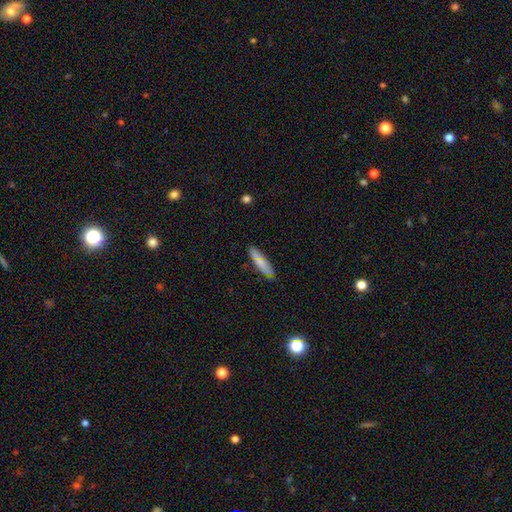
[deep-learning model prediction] Smooth or featured? smooth (63%)
How rounded? cigar-shaped (75%)
Merging? none (81%)